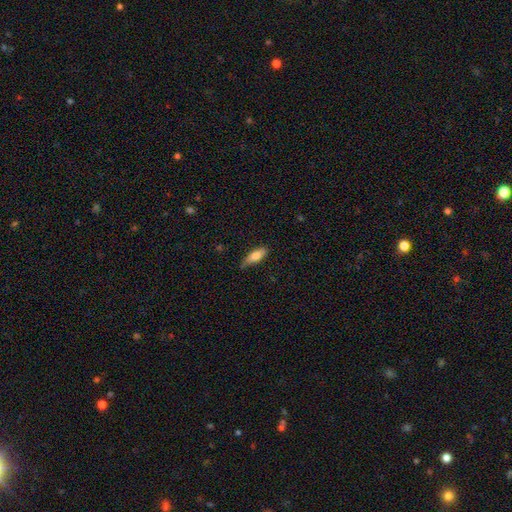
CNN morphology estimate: smooth_or_featured: smooth (p=0.76) [alt: featured or disk p=0.18]
how_rounded: in between (p=0.59) [alt: cigar-shaped p=0.39]
merging: none (p=0.68) [alt: minor disturbance p=0.26]